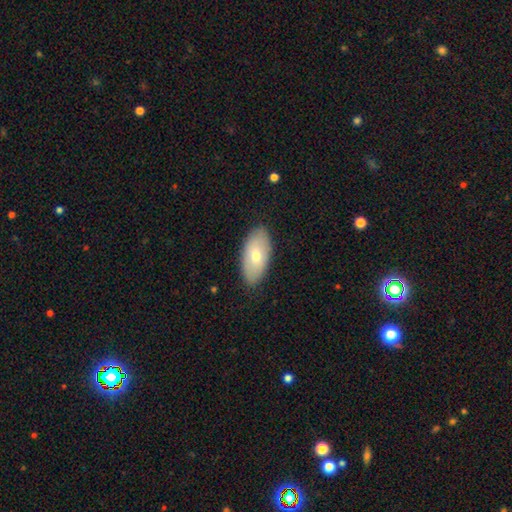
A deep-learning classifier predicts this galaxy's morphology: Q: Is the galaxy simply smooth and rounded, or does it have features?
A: smooth — 70%.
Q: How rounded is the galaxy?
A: in between — 94%.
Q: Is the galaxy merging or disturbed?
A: none — 86%.